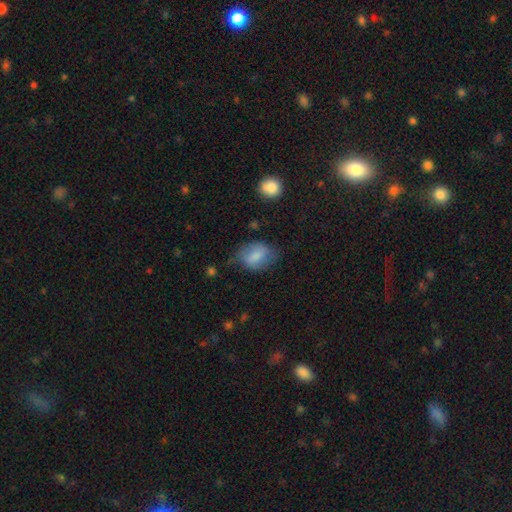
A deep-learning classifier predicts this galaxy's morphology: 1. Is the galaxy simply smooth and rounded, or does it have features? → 75% smooth, 18% featured or disk, 8% star or artifact.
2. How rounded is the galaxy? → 72% in between, 26% round, 2% cigar-shaped.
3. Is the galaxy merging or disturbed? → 57% none, 29% minor disturbance, 11% major disturbance, 2% merger.